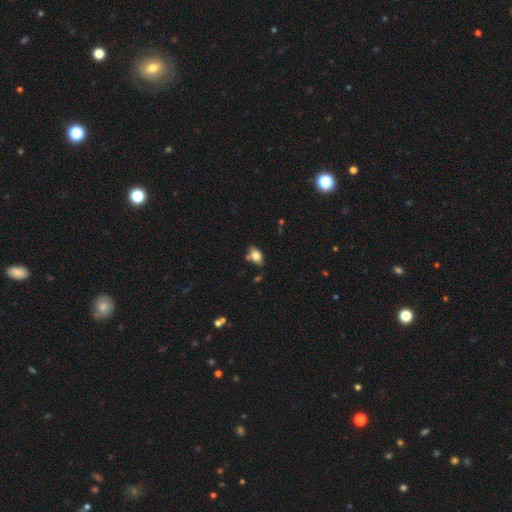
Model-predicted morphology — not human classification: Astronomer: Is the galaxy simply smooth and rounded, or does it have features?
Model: smooth — 80%.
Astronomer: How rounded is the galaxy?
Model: in between — 88%.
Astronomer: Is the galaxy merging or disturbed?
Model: none — 70%.